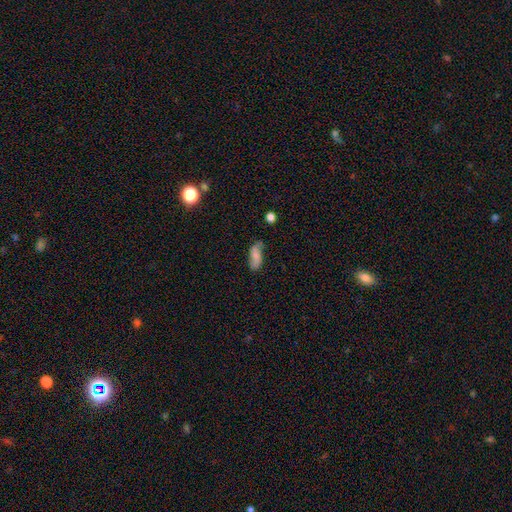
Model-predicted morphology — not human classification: type=smooth (55%); roundness=in between (77%); merging=none (61%).